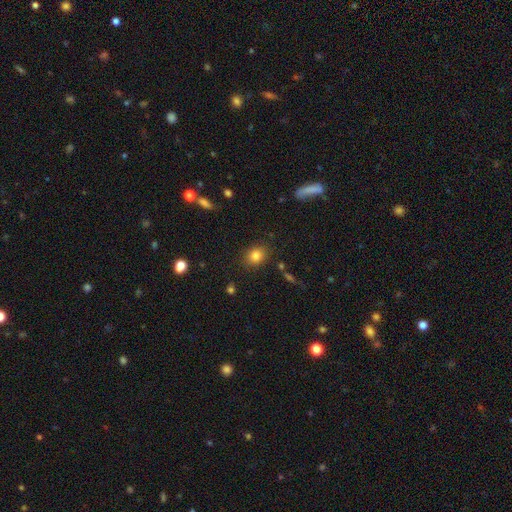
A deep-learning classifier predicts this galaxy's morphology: Smooth or featured?
  - smooth: 81% *
  - star or artifact: 12%
  - featured or disk: 7%
How rounded?
  - round: 59% *
  - in between: 40%
  - cigar-shaped: 1%
Merging?
  - none: 86% *
  - minor disturbance: 9%
  - major disturbance: 3%
  - merger: 2%